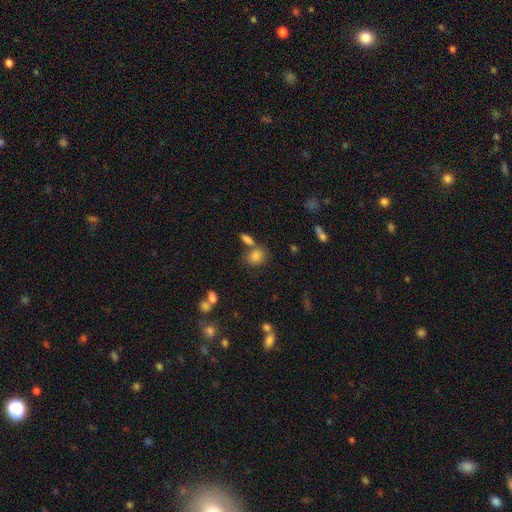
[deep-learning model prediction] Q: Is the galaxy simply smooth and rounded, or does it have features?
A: smooth — 80%.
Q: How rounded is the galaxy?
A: in between — 50%.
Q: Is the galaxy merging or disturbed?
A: none — 58%.